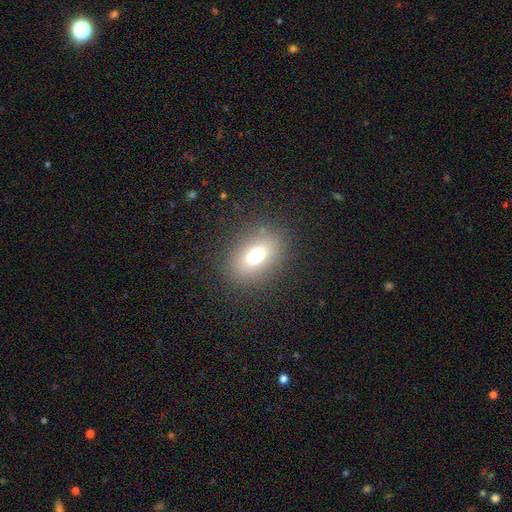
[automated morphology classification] type=smooth (67%); roundness=in between (67%); merging=none (84%).